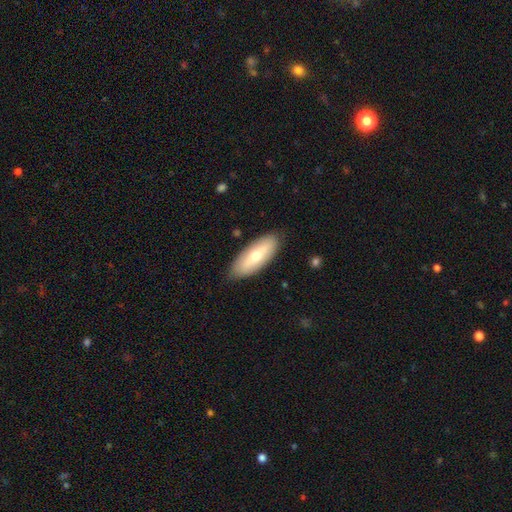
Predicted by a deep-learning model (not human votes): The model was most divided on "smooth or featured": smooth: 59%, featured or disk: 35%, star or artifact: 6%. More confident: merging — none (87%); how rounded — in between (72%).